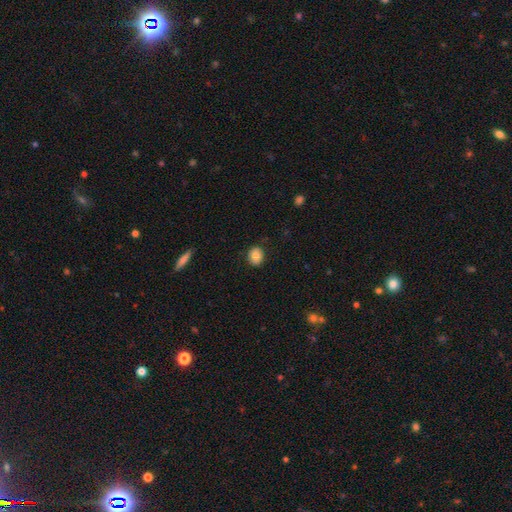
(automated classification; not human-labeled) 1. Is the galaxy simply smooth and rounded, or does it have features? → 83% smooth, 9% star or artifact, 8% featured or disk.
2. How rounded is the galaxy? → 57% round, 42% in between, 1% cigar-shaped.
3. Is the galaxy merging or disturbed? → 87% none, 10% minor disturbance, 2% major disturbance, 1% merger.